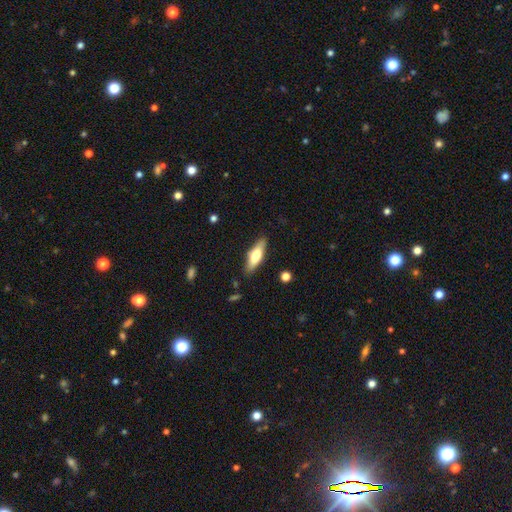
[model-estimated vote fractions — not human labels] Overall: smooth (60%; featured or disk 34%). How rounded: cigar-shaped (51%; in between 47%). Merging: none (87%).